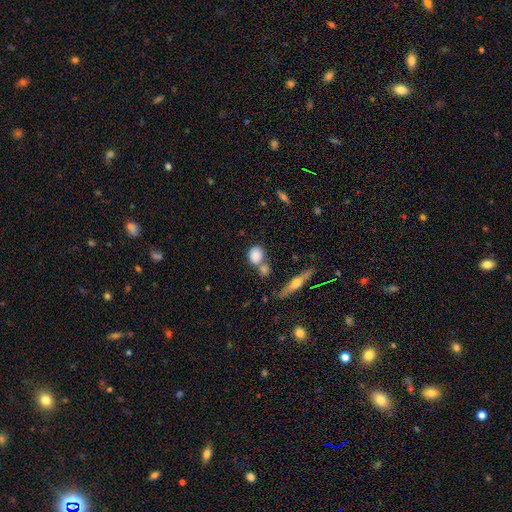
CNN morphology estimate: smooth 82%, featured or disk 10%, star or artifact 8%. Down the decision tree: how rounded — round (57%); merging — none (57%).